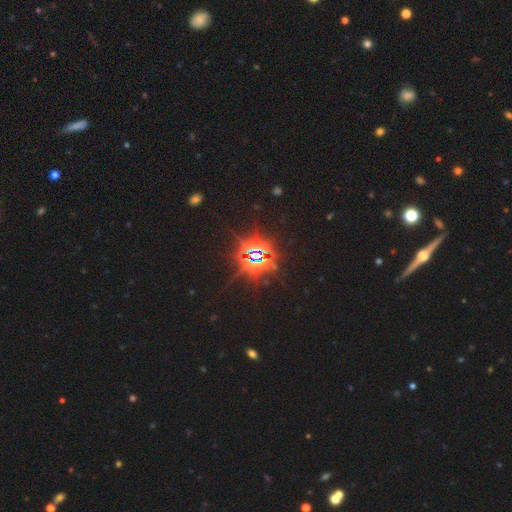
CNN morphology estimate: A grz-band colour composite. It shows a star or artifact, not a galaxy (85%).